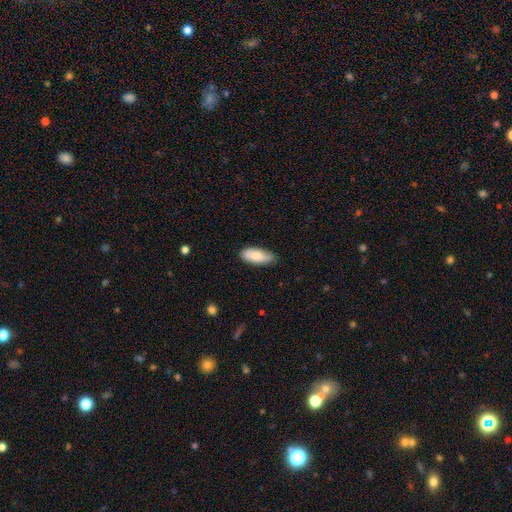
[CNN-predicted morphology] Smooth or featured? Predicted: smooth (p=0.81). How rounded? Predicted: in between (p=0.82). Merging? Predicted: none (p=0.71).